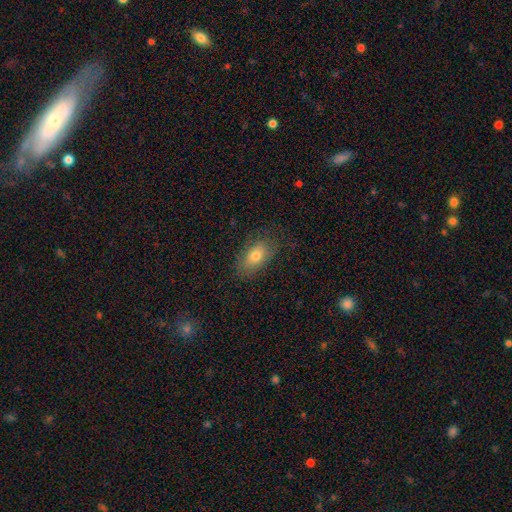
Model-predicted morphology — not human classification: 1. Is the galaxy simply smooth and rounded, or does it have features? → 75% smooth, 17% featured or disk, 8% star or artifact.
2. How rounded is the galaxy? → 89% in between, 7% round, 4% cigar-shaped.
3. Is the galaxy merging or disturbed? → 78% none, 16% minor disturbance, 5% major disturbance, 1% merger.